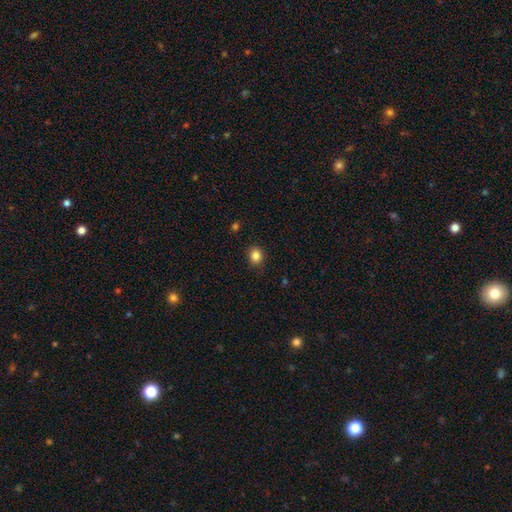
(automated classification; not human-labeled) A smooth galaxy with no disk features (85%) that is round (73%).

Vote fractions:
- Smooth or featured? smooth: 85% / star or artifact: 11% / featured or disk: 4%
- How rounded? round: 73% / in between: 26% / cigar-shaped: 1%
- Merging? none: 88% / minor disturbance: 8% / major disturbance: 2% / merger: 1%